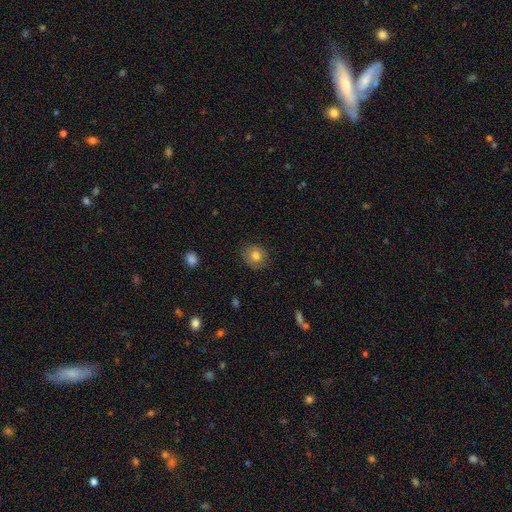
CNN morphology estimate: smooth-or-featured: smooth: 76% | featured or disk: 14% | star or artifact: 10%
  how-rounded: round: 74% | in between: 25% | cigar-shaped: 1%
  merging: none: 83% | minor disturbance: 13% | major disturbance: 3% | merger: 1%